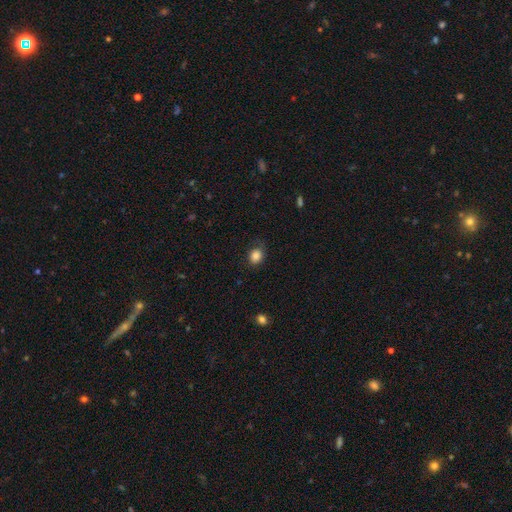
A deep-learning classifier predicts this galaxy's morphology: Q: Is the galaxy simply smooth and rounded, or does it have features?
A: smooth — 85%.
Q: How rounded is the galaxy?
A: round — 57%.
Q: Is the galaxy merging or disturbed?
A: none — 74%.